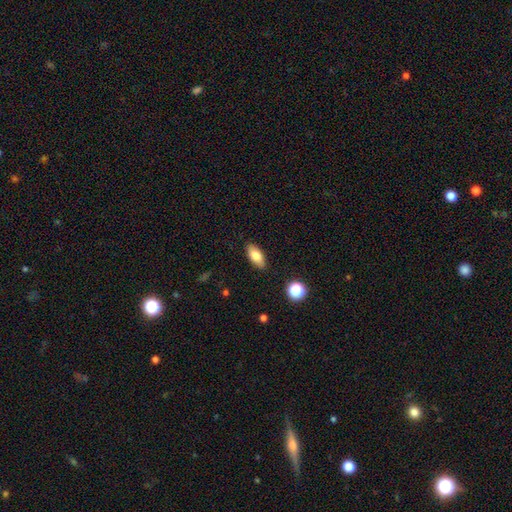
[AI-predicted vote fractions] Q: Smooth or featured?
A: smooth (80%); runner-up: featured or disk (12%)
Q: How rounded?
A: in between (87%); runner-up: cigar-shaped (9%)
Q: Merging?
A: none (87%); runner-up: minor disturbance (10%)